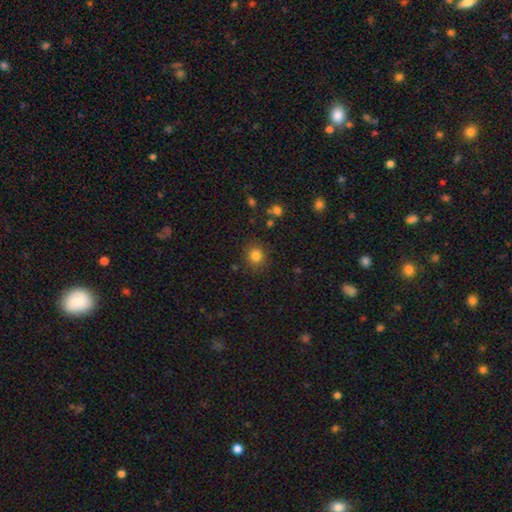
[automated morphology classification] smooth-or-featured: smooth: 82% | star or artifact: 12% | featured or disk: 6%
  how-rounded: round: 79% | in between: 20% | cigar-shaped: 1%
  merging: none: 86% | minor disturbance: 9% | major disturbance: 3% | merger: 2%